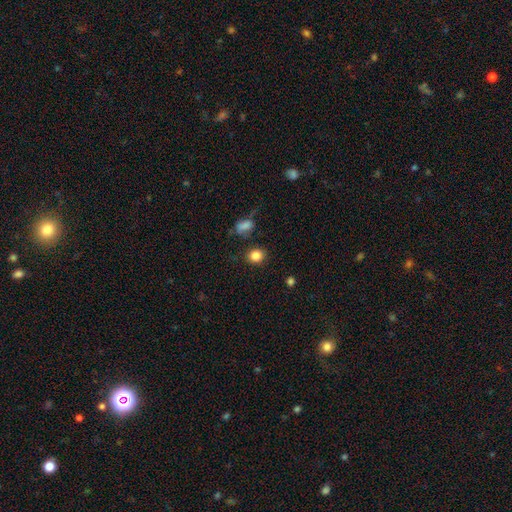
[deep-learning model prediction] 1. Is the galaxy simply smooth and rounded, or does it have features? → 85% smooth, 10% star or artifact, 5% featured or disk.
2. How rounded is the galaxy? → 70% round, 29% in between, 1% cigar-shaped.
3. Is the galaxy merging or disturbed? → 84% none, 9% minor disturbance, 4% merger, 3% major disturbance.